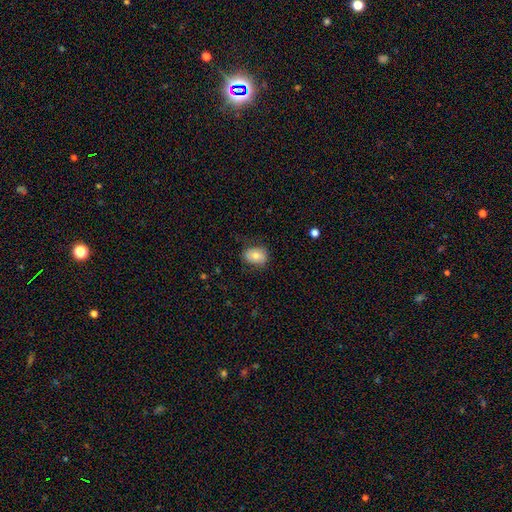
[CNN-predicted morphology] smooth 74%, featured or disk 18%, star or artifact 8%. Down the decision tree: how rounded — in between (65%); merging — none (73%).